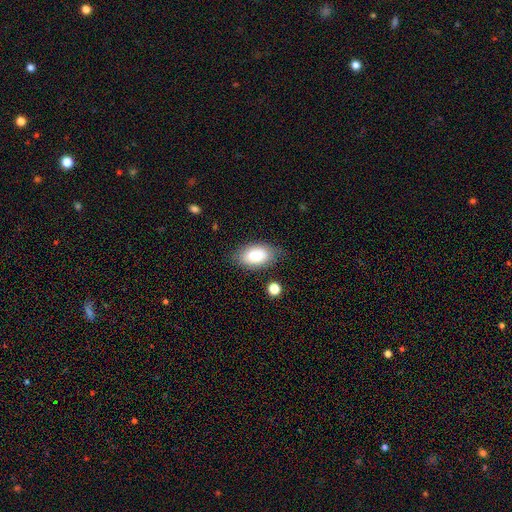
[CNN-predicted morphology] Smooth or featured? smooth (81%)
How rounded? in between (92%)
Merging? none (73%)